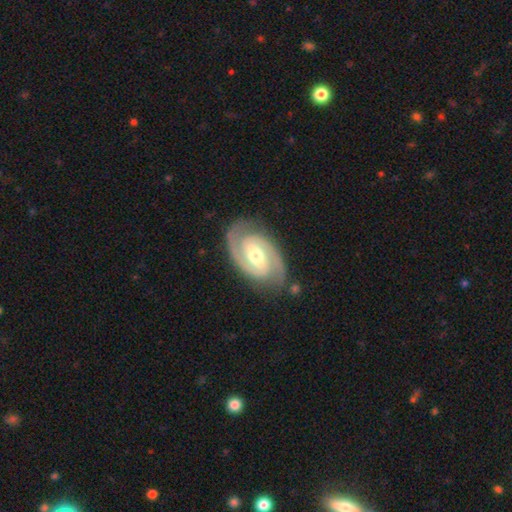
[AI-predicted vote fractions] A featured or disk galaxy (92%) with a weak bar (44%), 2 (93%) tight (59%) spiral arms (98%) and a moderate central bulge (70%). Merging: none (84%).